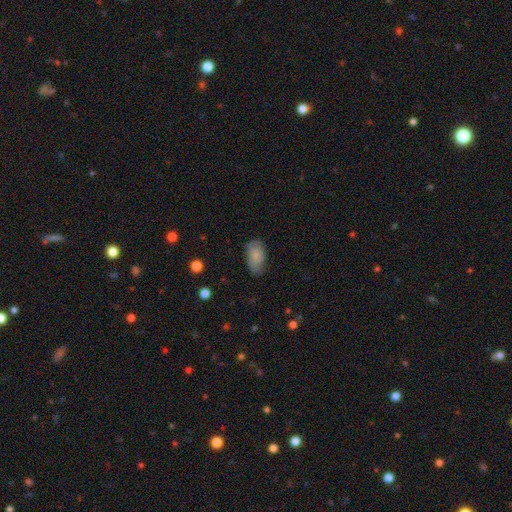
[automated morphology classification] A smooth galaxy with no disk features (78%) that is in between round and cigar-shaped (94%). Merging: none (66%).